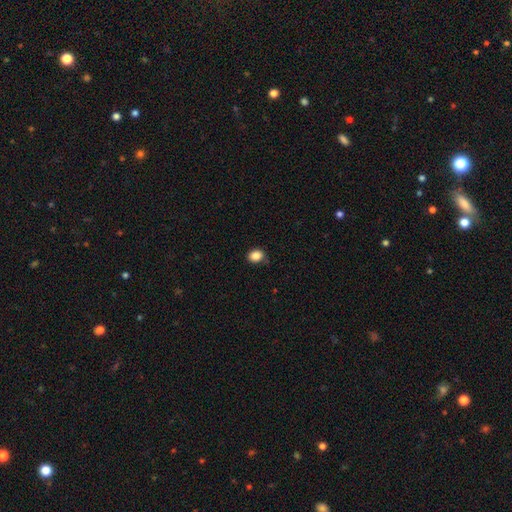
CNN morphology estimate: A smooth galaxy with no disk features (86%) that is in between round and cigar-shaped (52%).

Vote fractions:
- Smooth or featured? smooth: 86% / star or artifact: 10% / featured or disk: 4%
- How rounded? in between: 52% / round: 47% / cigar-shaped: 1%
- Merging? none: 81% / minor disturbance: 15% / major disturbance: 3% / merger: 2%